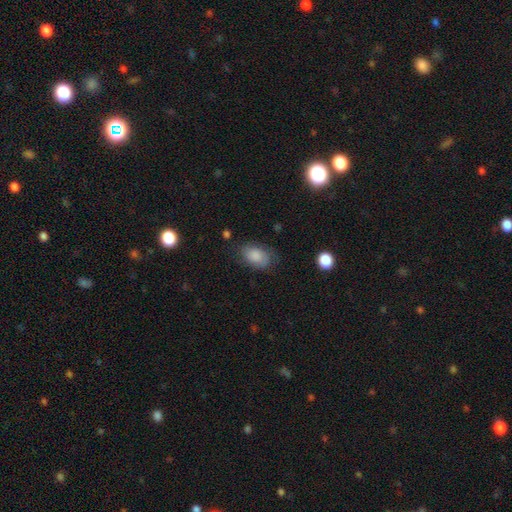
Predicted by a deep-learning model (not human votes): The model was most divided on "merging": none: 63%, minor disturbance: 25%, major disturbance: 10%, merger: 2%. More confident: how rounded — in between (88%); smooth or featured — smooth (75%).